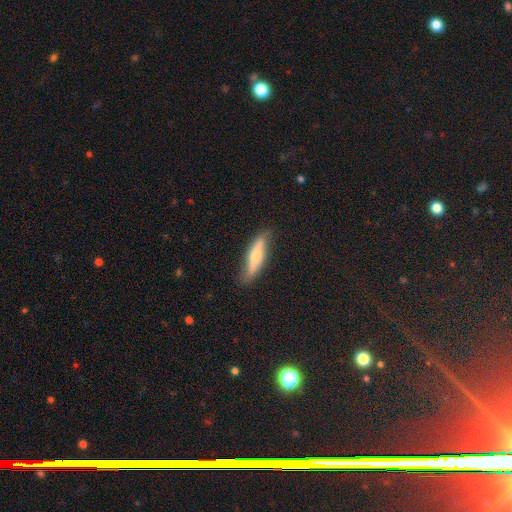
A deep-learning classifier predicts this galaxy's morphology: Q: Smooth or featured?
A: smooth (55%); runner-up: featured or disk (40%)
Q: How rounded?
A: cigar-shaped (75%); runner-up: in between (23%)
Q: Merging?
A: none (78%); runner-up: minor disturbance (18%)